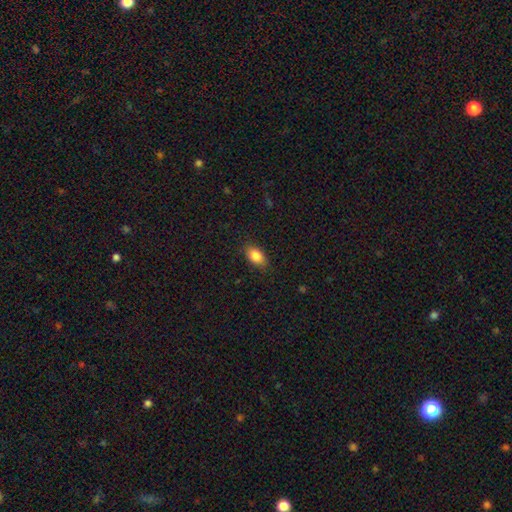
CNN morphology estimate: Smooth or featured? smooth (85%)
How rounded? in between (87%)
Merging? none (85%)